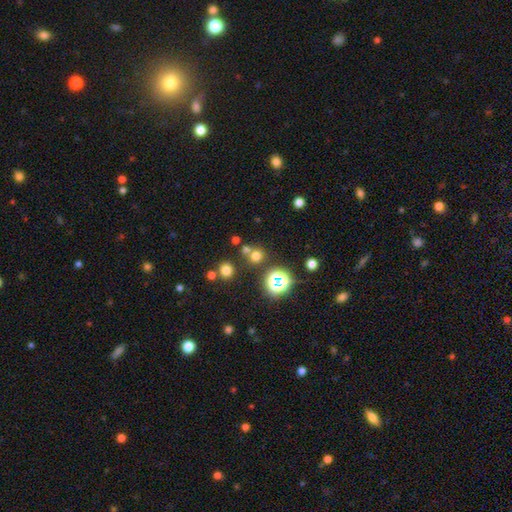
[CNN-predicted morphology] Smooth or featured? smooth (62%)
How rounded? round (88%)
Merging? none (69%)